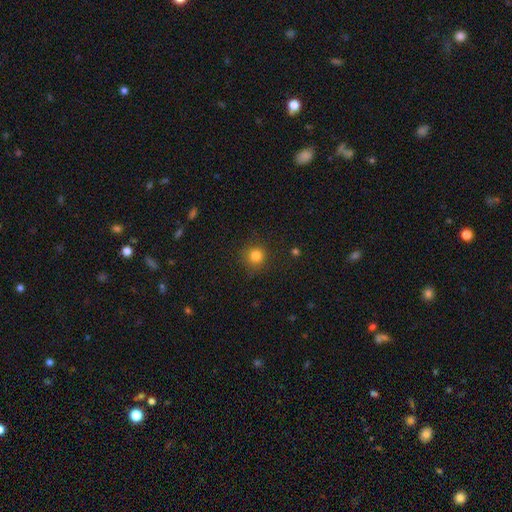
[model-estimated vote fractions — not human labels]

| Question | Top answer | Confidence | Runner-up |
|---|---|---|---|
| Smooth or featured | smooth | 81% | star or artifact (13%) |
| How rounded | round | 92% | in between (7%) |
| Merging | none | 86% | minor disturbance (9%) |